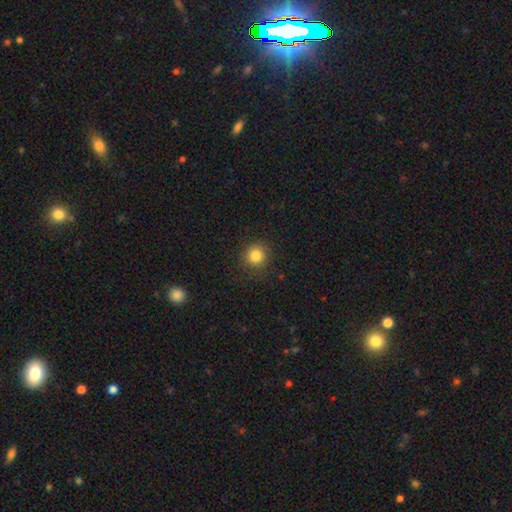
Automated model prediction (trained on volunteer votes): The model was most divided on "smooth or featured": smooth: 84%, star or artifact: 11%, featured or disk: 5%. More confident: how rounded — round (92%); merging — none (88%).